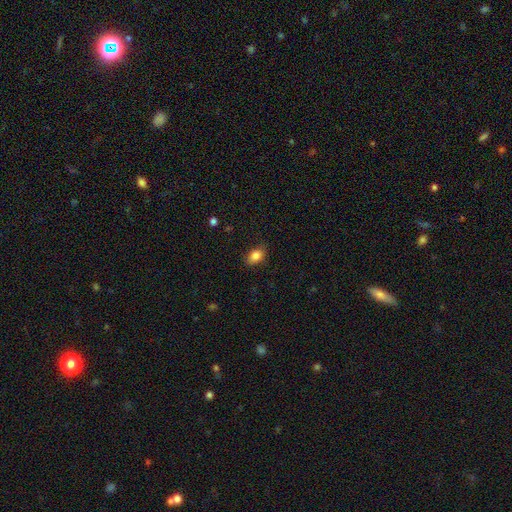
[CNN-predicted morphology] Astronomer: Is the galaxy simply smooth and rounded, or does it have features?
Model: smooth — 85%.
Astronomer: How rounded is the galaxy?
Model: in between — 80%.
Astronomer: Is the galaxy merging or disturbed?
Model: none — 83%.